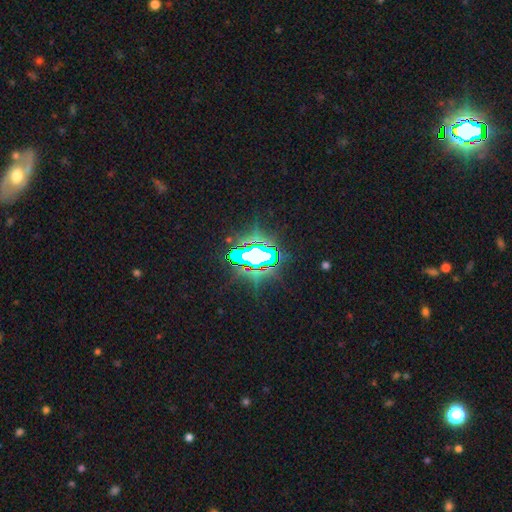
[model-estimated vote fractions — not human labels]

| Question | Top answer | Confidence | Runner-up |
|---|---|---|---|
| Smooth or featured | star or artifact | 70% | smooth (15%) |